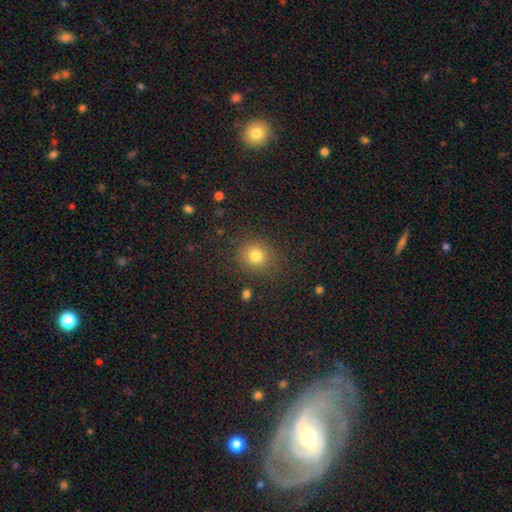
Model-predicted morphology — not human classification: This appears to be a smooth galaxy with no disk features (79%) that is round (82%). Merging: none (85%).